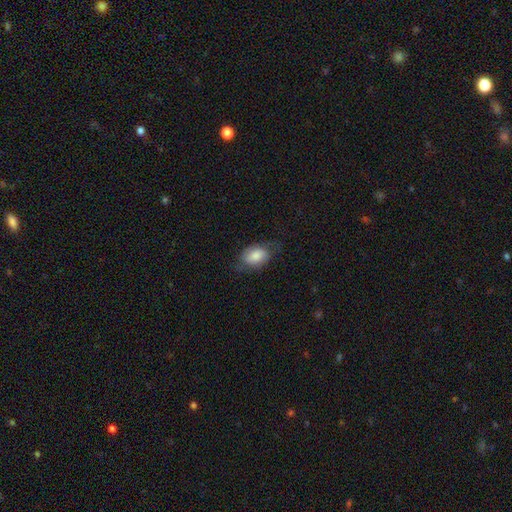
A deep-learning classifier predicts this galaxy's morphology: This is likely a smooth galaxy (75%). How rounded: clearly in between (85%). Merging: possibly none (60%).